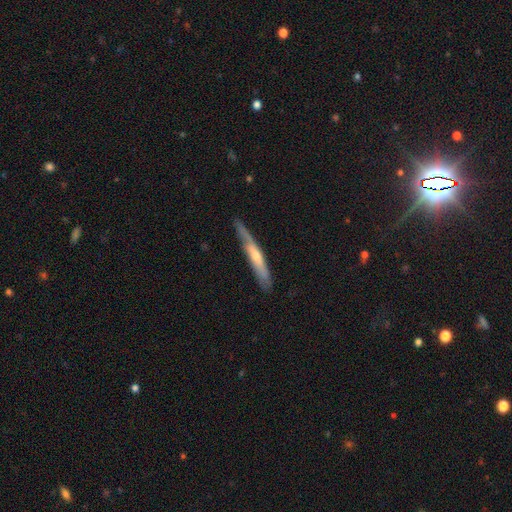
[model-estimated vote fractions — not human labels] The model was most divided on "smooth or featured": featured or disk: 55%, smooth: 39%, star or artifact: 5%. More confident: edge-on disk — yes (85%); merging — none (72%).